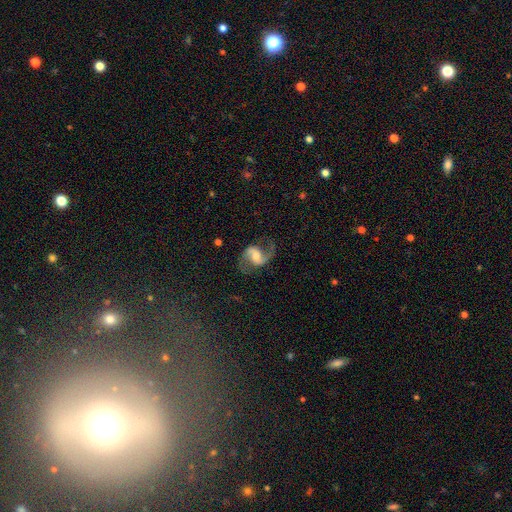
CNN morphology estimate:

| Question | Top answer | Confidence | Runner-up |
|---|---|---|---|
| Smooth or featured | featured or disk | 87% | smooth (7%) |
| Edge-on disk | no | 98% | yes (2%) |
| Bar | weak | 47% | no (32%) |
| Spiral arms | yes | 97% | no (3%) |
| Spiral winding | loose | 50% | medium (43%) |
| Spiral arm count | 2 | 92% | 1 (3%) |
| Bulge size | moderate | 47% | small (36%) |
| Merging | none | 74% | minor disturbance (14%) |